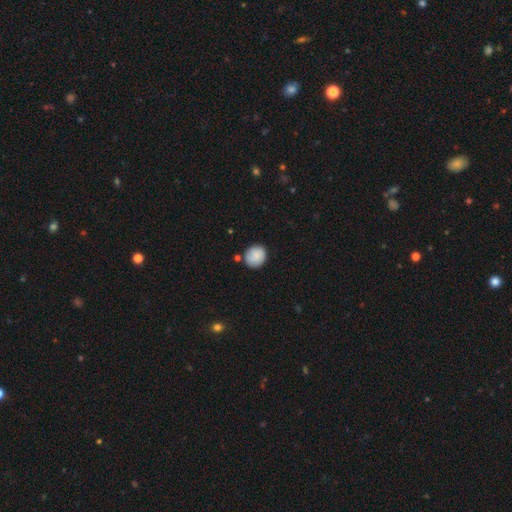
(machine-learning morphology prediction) This is clearly a smooth galaxy (81%). How rounded: clearly round (81%). Merging: likely none (79%).